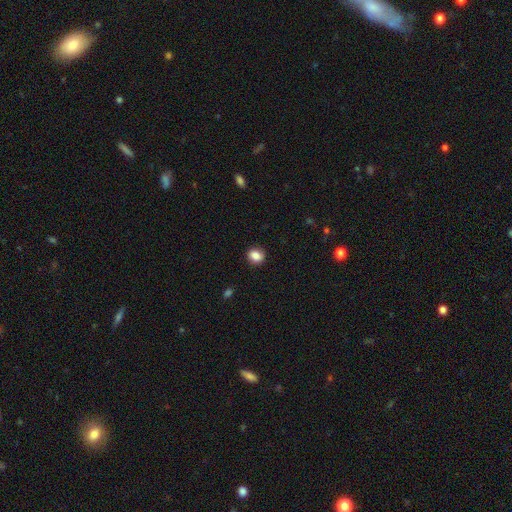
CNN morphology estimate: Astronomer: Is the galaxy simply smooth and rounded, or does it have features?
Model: smooth — 84%.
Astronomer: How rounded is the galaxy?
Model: round — 63%.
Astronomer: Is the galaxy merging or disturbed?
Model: none — 86%.